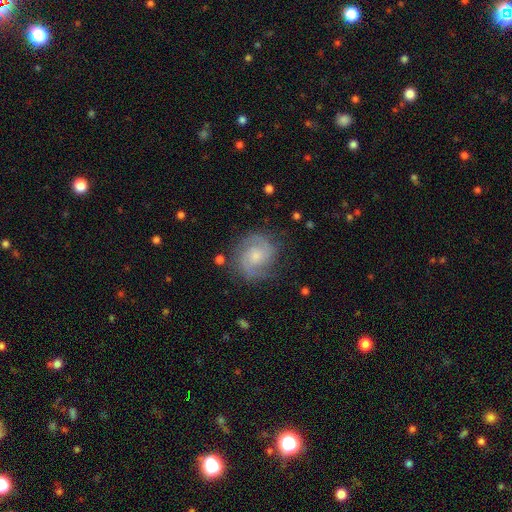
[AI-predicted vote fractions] smooth-or-featured: featured or disk: 83% | smooth: 11% | star or artifact: 6%
  disk-edge-on: no: 98% | yes: 2%
    bar: no: 62% | weak: 34% | strong: 5%
    has-spiral-arms: yes: 97% | no: 3%
      spiral-winding: medium: 48% | tight: 40% | loose: 12%
      spiral-arm-count: 2: 81% | can't tell: 7% | 3: 7% | 1: 2% | 4: 2% | more than 4: 2%
    bulge-size: small: 50% | moderate: 39% | none: 6% | large: 3% | dominant: 1%
  merging: none: 78% | minor disturbance: 15% | major disturbance: 5% | merger: 2%